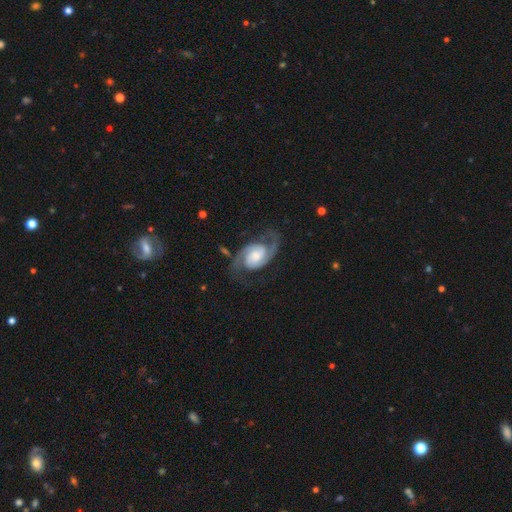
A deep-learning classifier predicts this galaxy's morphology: The model was most divided on "bulge size": moderate: 35%, small: 33%, large: 16%, none: 13%, dominant: 3%. More confident: spiral arms — yes (98%); edge-on disk — no (98%); spiral arm count — 2 (93%); smooth or featured — featured or disk (90%); merging — none (73%); bar — no (57%); spiral winding — medium (54%).